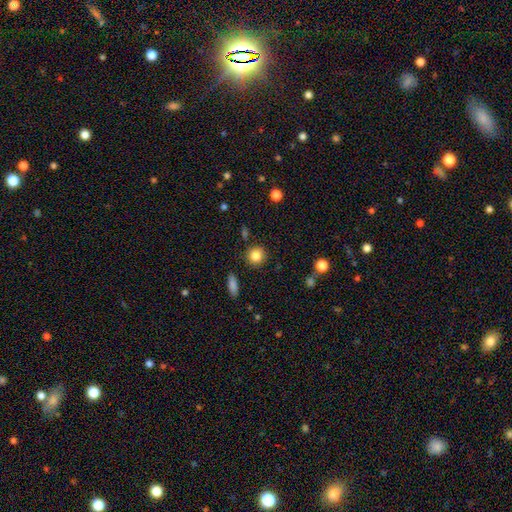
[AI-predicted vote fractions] A smooth galaxy with no disk features (84%) that is round (89%). Merging: none (88%).